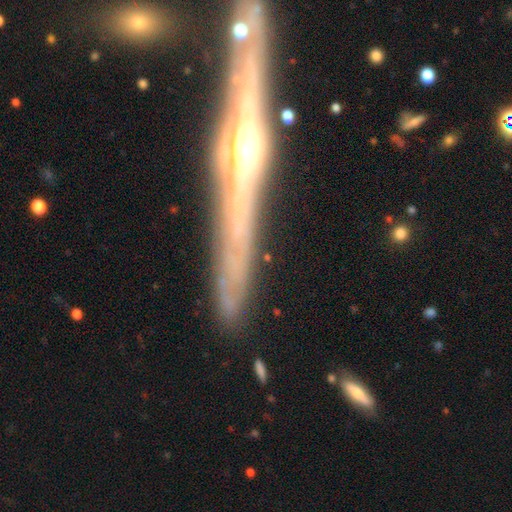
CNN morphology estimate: Smooth or featured? Predicted: featured or disk (p=0.80). Edge-on disk? Predicted: yes (p=0.94). Edge-on bulge? Predicted: rounded (p=0.79). Merging? Predicted: none (p=0.85).